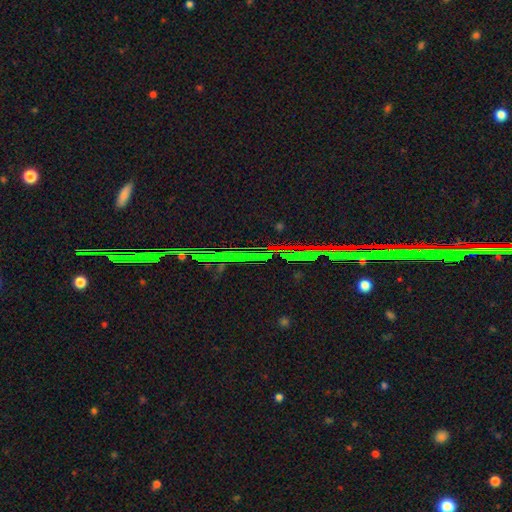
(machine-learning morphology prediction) This is clearly a star or artifact rather than a galaxy (86%).